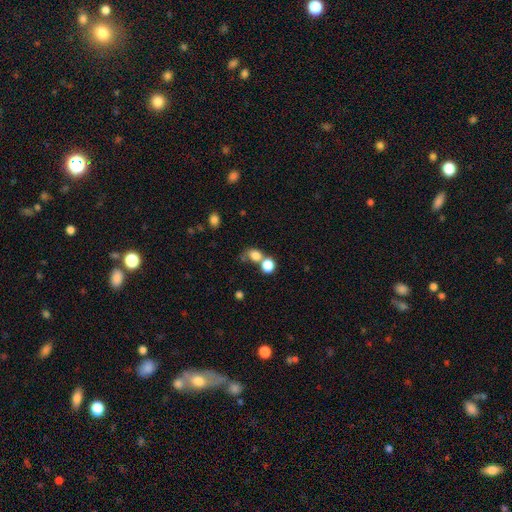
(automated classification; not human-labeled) smooth-or-featured: smooth: 78% | star or artifact: 13% | featured or disk: 9%
  how-rounded: round: 65% | in between: 33% | cigar-shaped: 1%
  merging: merger: 46% | none: 36% | minor disturbance: 10% | major disturbance: 8%